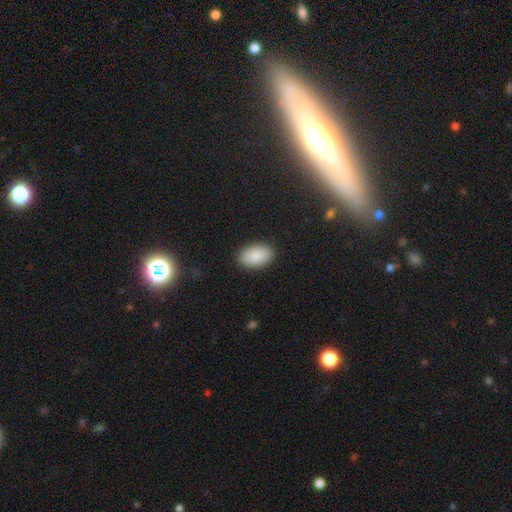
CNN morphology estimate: This appears to be a smooth galaxy with no disk features (89%) that is in between round and cigar-shaped (93%). Merging: none (89%).